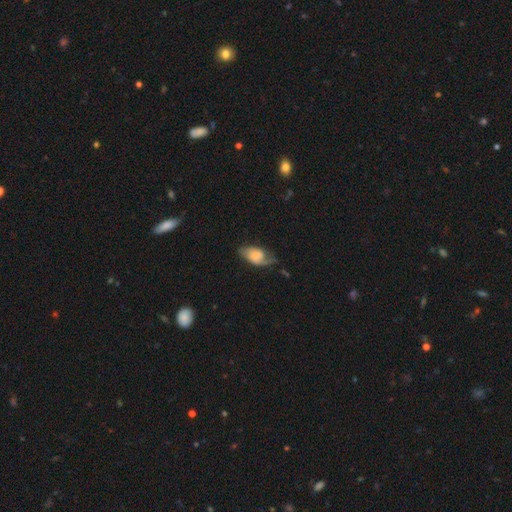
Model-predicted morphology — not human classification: Smooth or featured?
  - featured or disk: 50% *
  - smooth: 43%
  - star or artifact: 7%
Merging?
  - none: 49% *
  - minor disturbance: 30%
  - major disturbance: 19%
  - merger: 2%